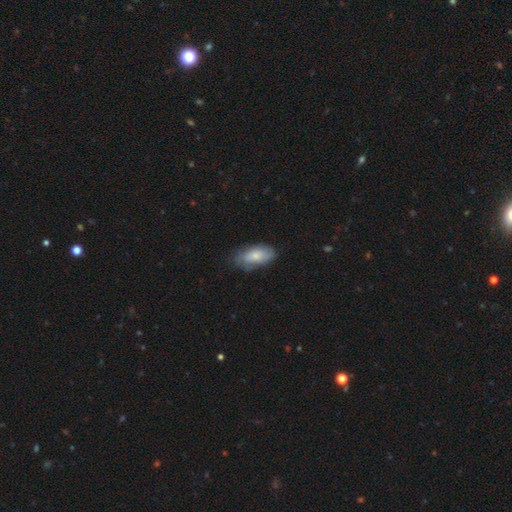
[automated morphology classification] A smooth galaxy with no disk features (74%) that is in between round and cigar-shaped (89%). Merging: none (66%).